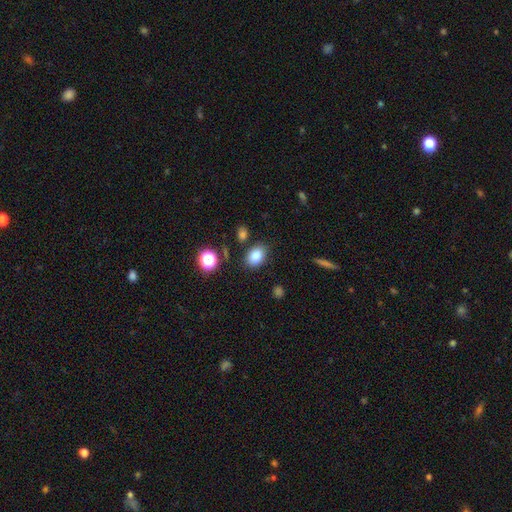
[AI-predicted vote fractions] Overall: smooth (82%). How rounded: in between (74%). Merging: none (81%).